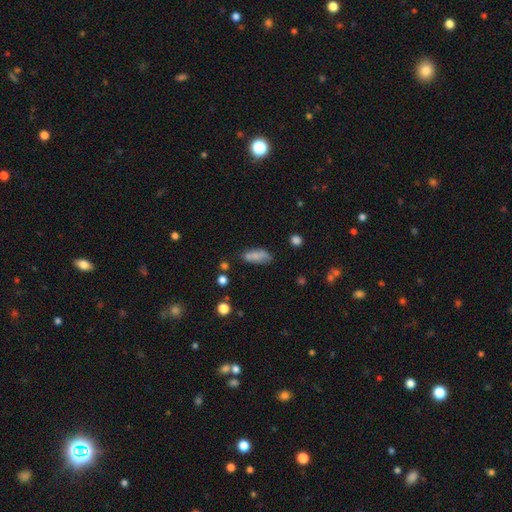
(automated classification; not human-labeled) A smooth galaxy with no disk features (76%) that is in between round and cigar-shaped (76%).

Vote fractions:
- Smooth or featured? smooth: 76% / featured or disk: 16% / star or artifact: 8%
- How rounded? in between: 76% / cigar-shaped: 21% / round: 3%
- Merging? none: 63% / minor disturbance: 24% / major disturbance: 7% / merger: 6%